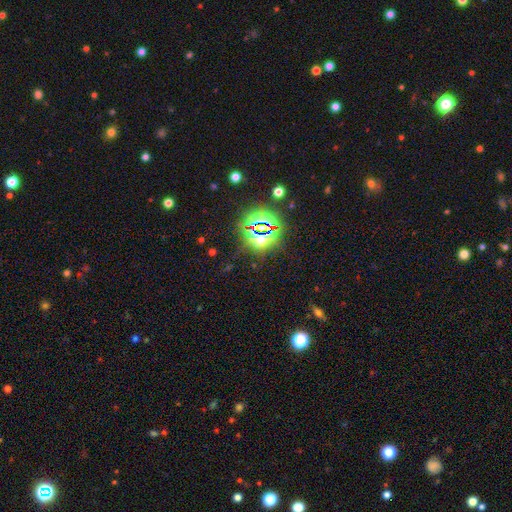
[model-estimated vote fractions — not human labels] Q: Smooth or featured?
A: star or artifact (79%); runner-up: smooth (14%)